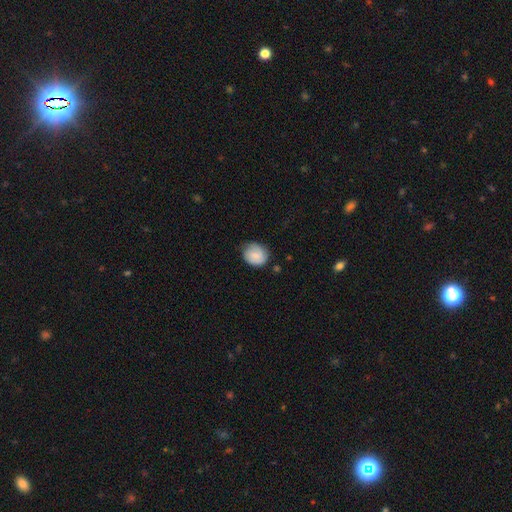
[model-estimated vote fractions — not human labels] Smooth or featured? smooth (74%)
How rounded? round (71%)
Merging? none (66%)